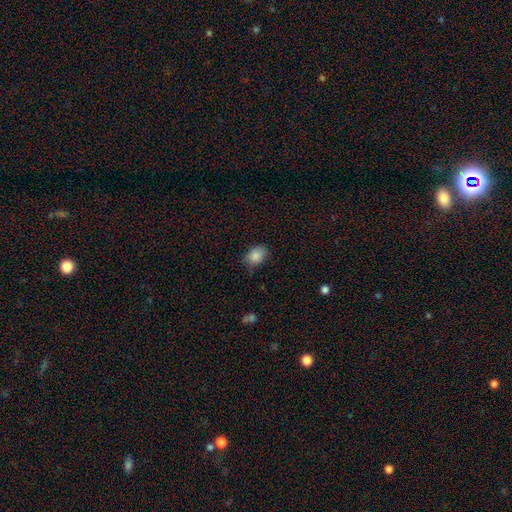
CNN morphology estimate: Q: Smooth or featured?
A: smooth (87%); runner-up: star or artifact (8%)
Q: How rounded?
A: in between (71%); runner-up: round (28%)
Q: Merging?
A: none (75%); runner-up: minor disturbance (20%)